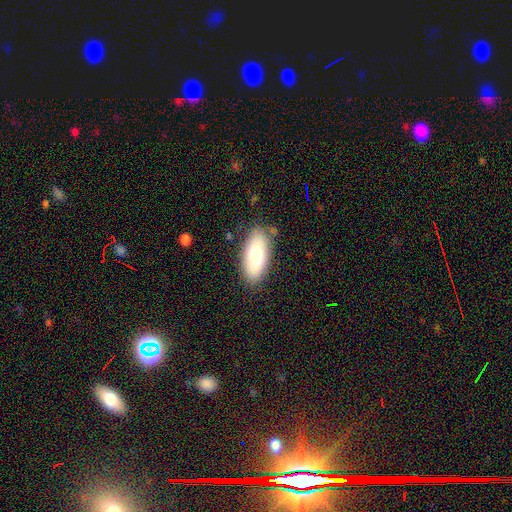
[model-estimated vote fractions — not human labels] Smooth or featured: smooth — 70% (featured or disk — 23%)
How rounded: in between — 89% (cigar-shaped — 8%)
Merging: none — 80% (minor disturbance — 14%)